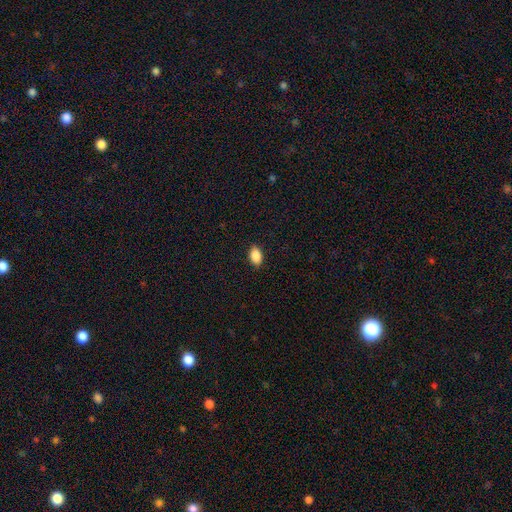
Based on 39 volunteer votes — This is clearly a smooth galaxy (87%). How rounded: clearly in between (82%). Merging: likely none (74%).